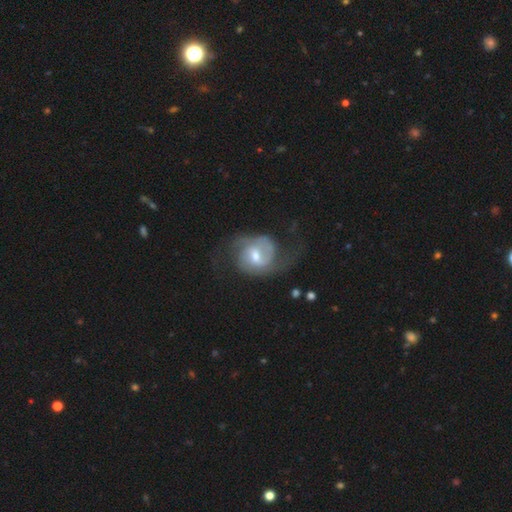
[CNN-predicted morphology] smooth_or_featured: featured or disk (p=0.78) [alt: smooth p=0.16]
disk_edge_on: no (p=0.97) [alt: yes p=0.03]
bar: weak (p=0.50) [alt: no p=0.37]
has_spiral_arms: yes (p=0.93) [alt: no p=0.07]
spiral_winding: medium (p=0.46) [alt: loose p=0.30]
spiral_arm_count: 2 (p=0.75) [alt: can't tell p=0.10]
bulge_size: moderate (p=0.59) [alt: small p=0.33]
merging: none (p=0.52) [alt: major disturbance p=0.25]